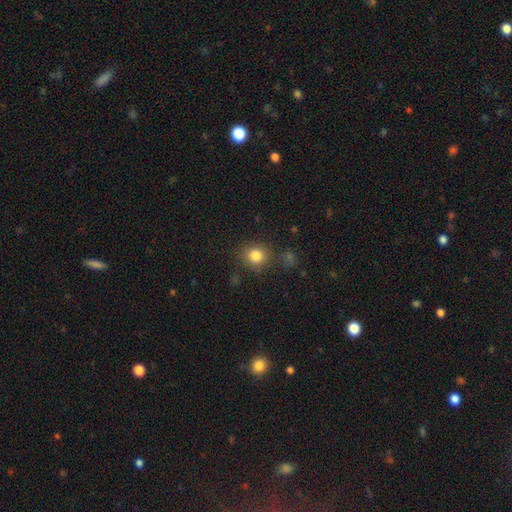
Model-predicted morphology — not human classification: smooth-or-featured: smooth: 83% | star or artifact: 11% | featured or disk: 6%
  how-rounded: round: 84% | in between: 15% | cigar-shaped: 1%
  merging: none: 78% | minor disturbance: 12% | merger: 5% | major disturbance: 5%